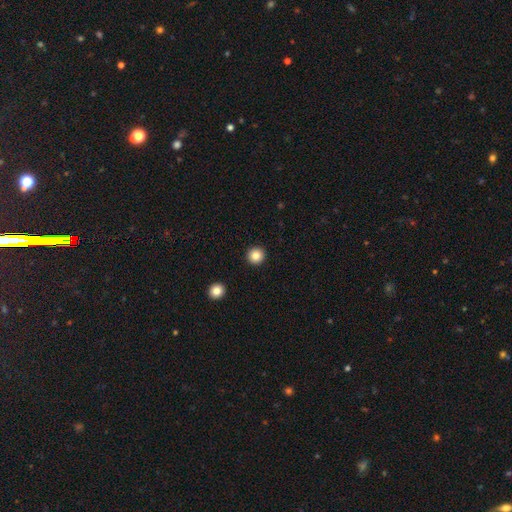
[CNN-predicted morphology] Smooth or featured? smooth (85%)
How rounded? round (95%)
Merging? none (94%)